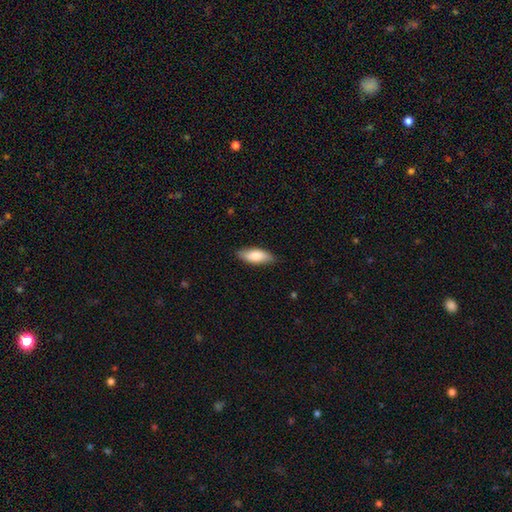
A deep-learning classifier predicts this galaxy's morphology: Smooth or featured?
  - smooth: 81% *
  - featured or disk: 13%
  - star or artifact: 5%
How rounded?
  - in between: 74% *
  - cigar-shaped: 24%
  - round: 2%
Merging?
  - none: 83% *
  - minor disturbance: 14%
  - major disturbance: 2%
  - merger: 1%